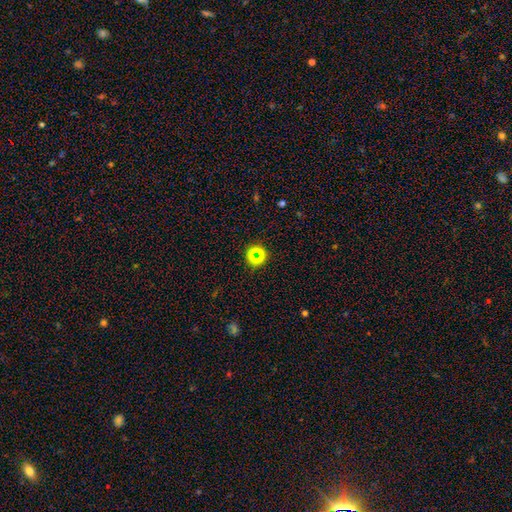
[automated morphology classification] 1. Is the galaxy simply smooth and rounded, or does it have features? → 56% star or artifact, 35% smooth, 9% featured or disk.